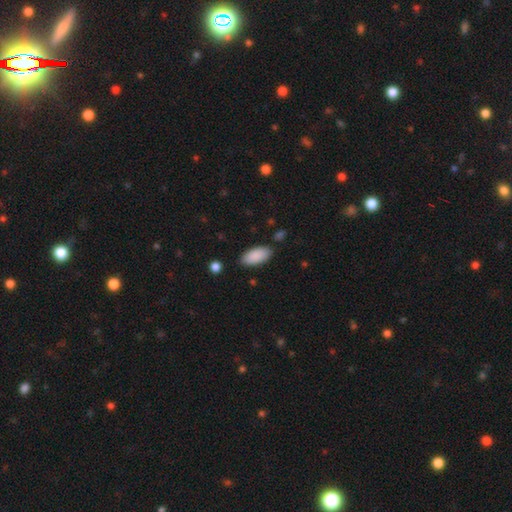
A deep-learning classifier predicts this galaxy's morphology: smooth_or_featured: smooth (p=0.89) [alt: star or artifact p=0.06]
how_rounded: in between (p=0.91) [alt: cigar-shaped p=0.07]
merging: none (p=0.85) [alt: minor disturbance p=0.11]